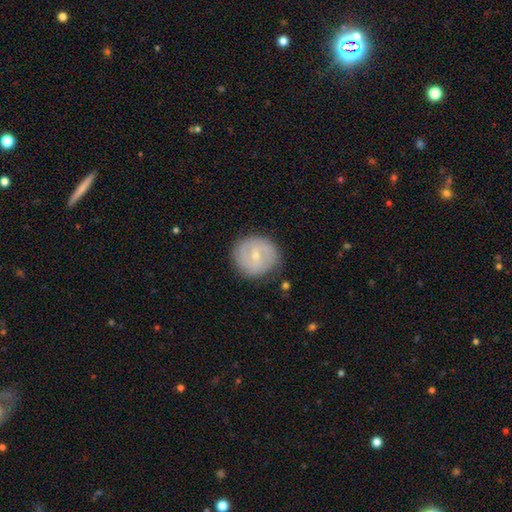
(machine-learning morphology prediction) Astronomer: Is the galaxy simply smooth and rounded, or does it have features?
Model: featured or disk — 74%.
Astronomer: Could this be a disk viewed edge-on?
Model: no — 98%.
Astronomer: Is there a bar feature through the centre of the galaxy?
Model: weak — 49% (runner-up: no, 41%).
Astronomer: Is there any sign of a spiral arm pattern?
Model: yes — 91%.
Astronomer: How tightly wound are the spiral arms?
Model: tight — 57% (runner-up: medium, 34%).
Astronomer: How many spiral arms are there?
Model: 2 — 43% (runner-up: can't tell, 24%).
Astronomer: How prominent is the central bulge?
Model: small — 69%.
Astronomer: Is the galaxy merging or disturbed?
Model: none — 81%.